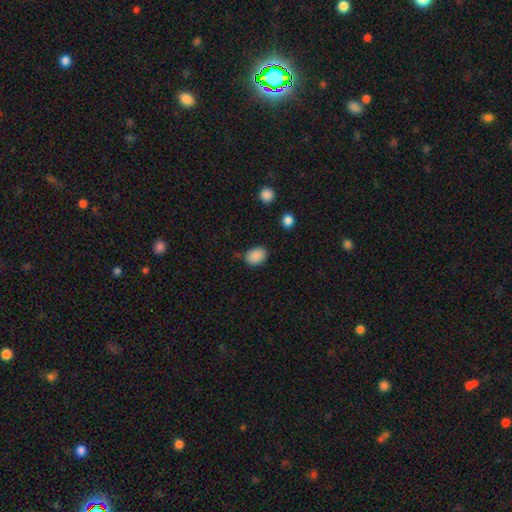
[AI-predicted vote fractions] A smooth galaxy with no disk features (88%) that is in between round and cigar-shaped (74%).

Vote fractions:
- Smooth or featured? smooth: 88% / star or artifact: 8% / featured or disk: 3%
- How rounded? in between: 74% / round: 25% / cigar-shaped: 1%
- Merging? none: 80% / minor disturbance: 14% / major disturbance: 3% / merger: 2%